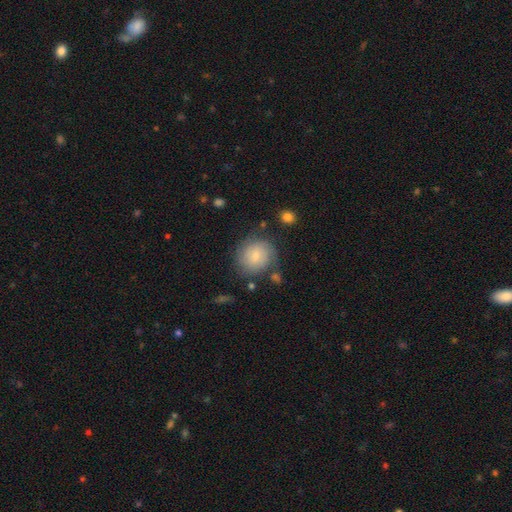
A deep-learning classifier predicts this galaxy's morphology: The model was most divided on "smooth or featured": smooth: 57%, featured or disk: 35%, star or artifact: 8%. More confident: how rounded — round (82%); merging — none (73%).